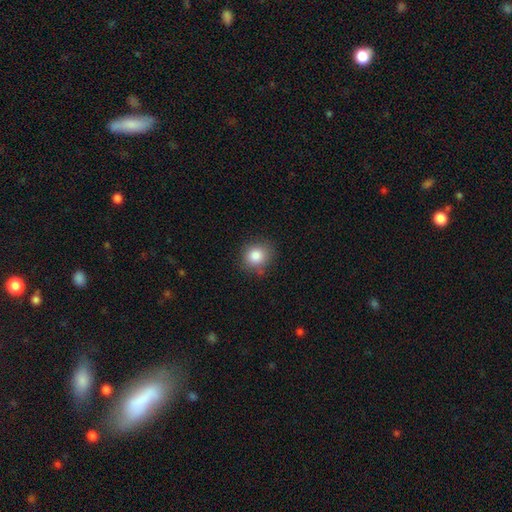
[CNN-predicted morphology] A smooth galaxy with no disk features (84%) that is round (80%).

Vote fractions:
- Smooth or featured? smooth: 84% / star or artifact: 10% / featured or disk: 5%
- How rounded? round: 80% / in between: 19% / cigar-shaped: 1%
- Merging? none: 83% / minor disturbance: 12% / major disturbance: 3% / merger: 2%